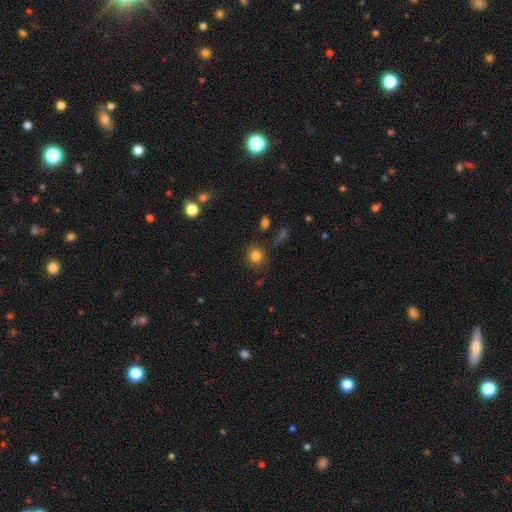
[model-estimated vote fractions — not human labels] A smooth galaxy with no disk features (82%) that is round (88%). Merging: none (85%).